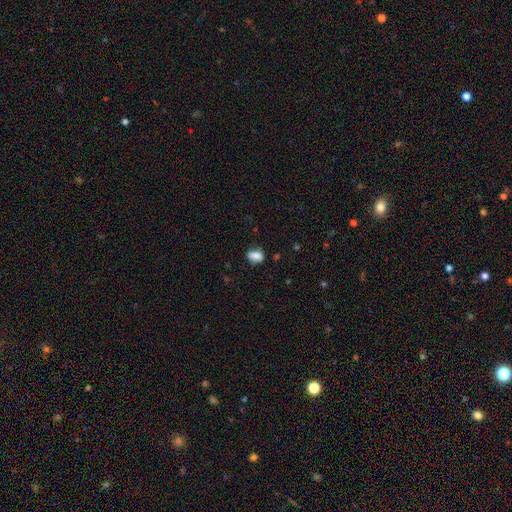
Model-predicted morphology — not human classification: Smooth or featured?
  - smooth: 81% *
  - featured or disk: 10%
  - star or artifact: 9%
How rounded?
  - in between: 74% *
  - round: 22%
  - cigar-shaped: 4%
Merging?
  - none: 70% *
  - minor disturbance: 21%
  - major disturbance: 6%
  - merger: 4%